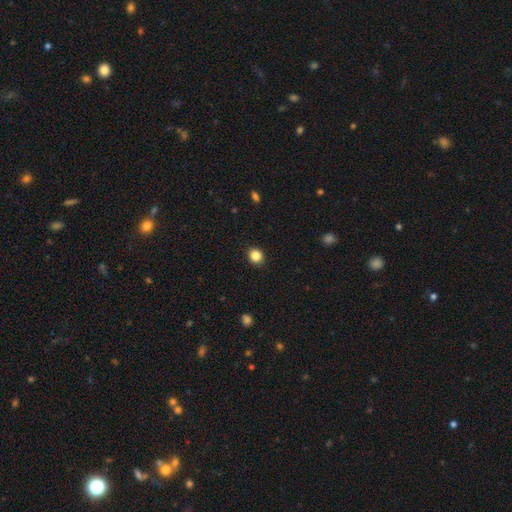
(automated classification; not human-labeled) A smooth galaxy with no disk features (85%) that is round (82%). Merging: none (91%).